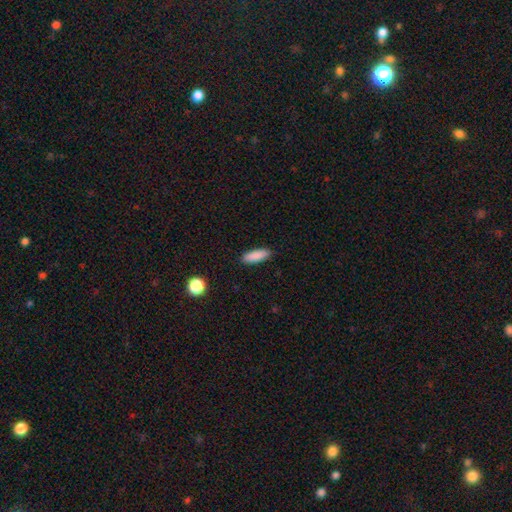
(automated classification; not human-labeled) Overall: smooth (88%). How rounded: in between (58%; cigar-shaped 40%). Merging: none (87%).